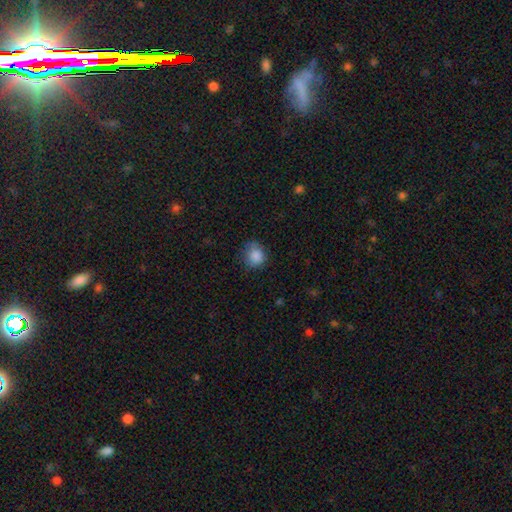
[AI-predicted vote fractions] The model was most divided on "merging": none: 68%, minor disturbance: 24%, major disturbance: 6%, merger: 2%. More confident: smooth or featured — smooth (86%); how rounded — round (80%).